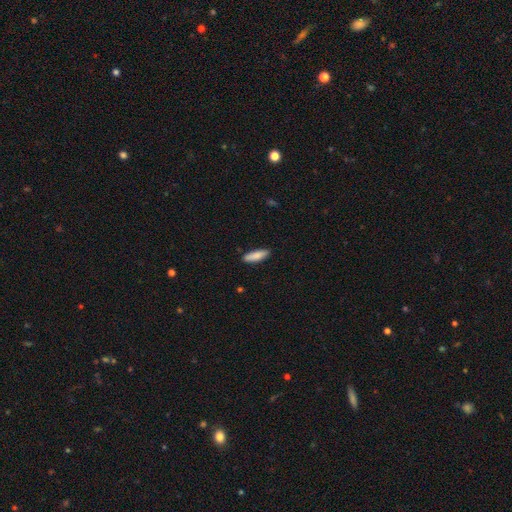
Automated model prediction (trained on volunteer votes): Q: Smooth or featured?
A: smooth (86%); runner-up: featured or disk (9%)
Q: How rounded?
A: cigar-shaped (52%); runner-up: in between (46%)
Q: Merging?
A: none (88%); runner-up: minor disturbance (9%)